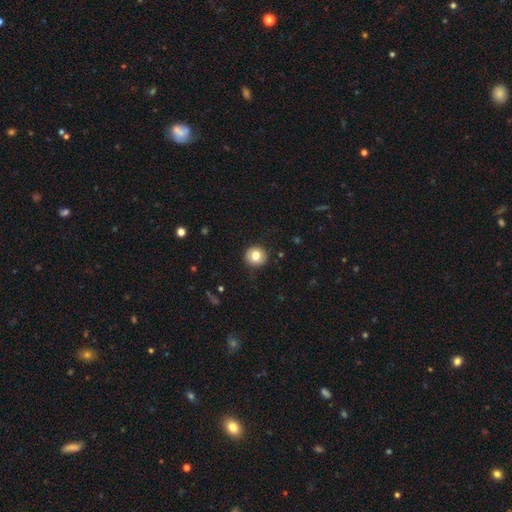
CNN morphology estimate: Smooth or featured? Predicted: smooth (p=0.78). How rounded? Predicted: round (p=0.91). Merging? Predicted: none (p=0.89).